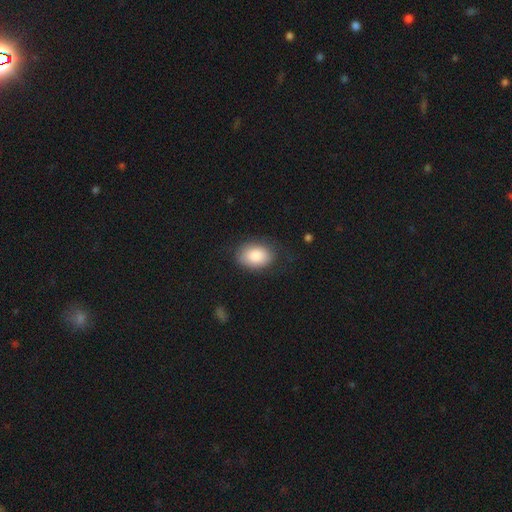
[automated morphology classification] This appears to be a smooth galaxy with no disk features (86%) that is in between round and cigar-shaped (83%). Merging: none (76%).